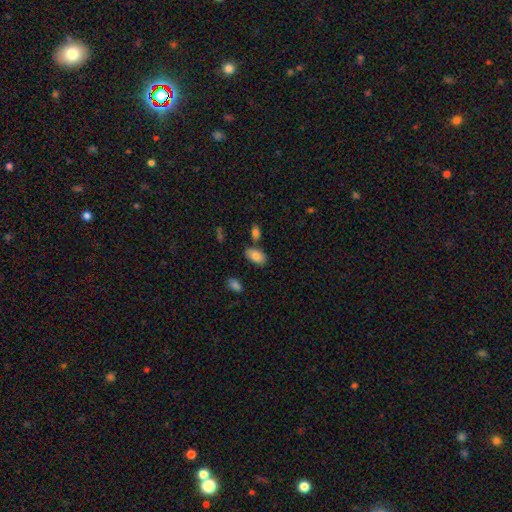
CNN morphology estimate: This is clearly a smooth galaxy (84%). How rounded: clearly in between (94%). Merging: likely none (72%).